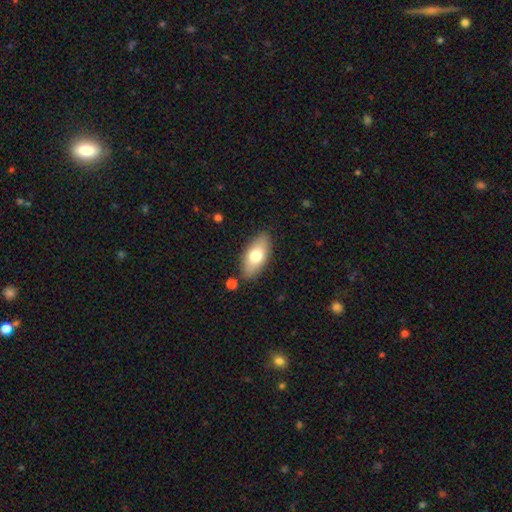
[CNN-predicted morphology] type=smooth (72%); roundness=in between (88%); merging=none (84%).